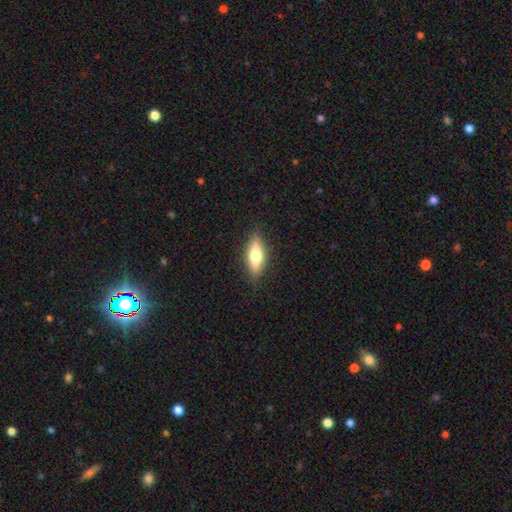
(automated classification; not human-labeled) A smooth galaxy with no disk features (48%).

Vote fractions:
- Smooth or featured? smooth: 48% / featured or disk: 45% / star or artifact: 7%
- Merging? none: 87% / minor disturbance: 10% / major disturbance: 2% / merger: 1%